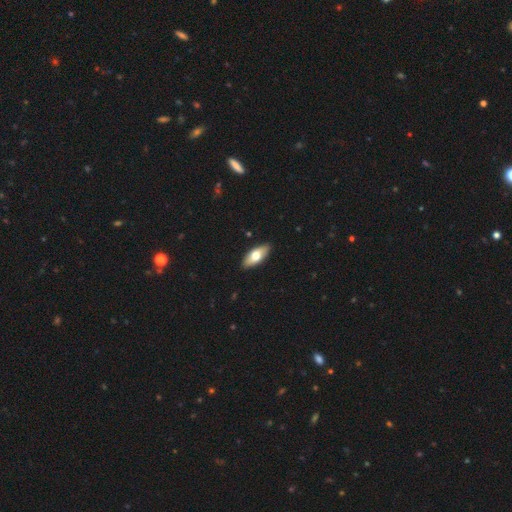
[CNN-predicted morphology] smooth 65%, featured or disk 30%, star or artifact 5%. Down the decision tree: how rounded — in between (81%); merging — none (89%).